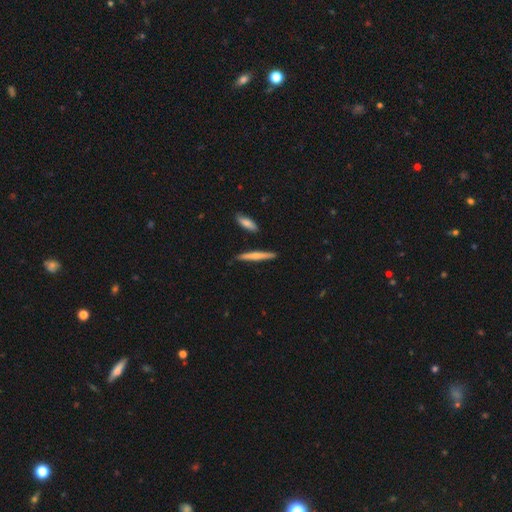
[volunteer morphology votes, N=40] This appears to be a smooth galaxy with no disk features (65%) that is cigar-shaped (100%). Merging: none (100%).